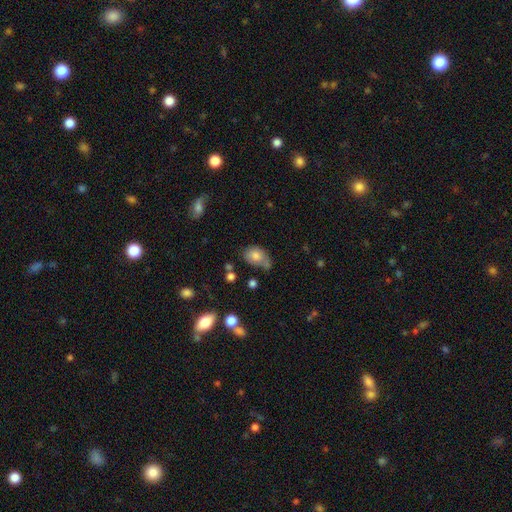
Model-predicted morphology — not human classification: Smooth or featured? Predicted: smooth (p=0.76). How rounded? Predicted: in between (p=0.75). Merging? Predicted: none (p=0.41).